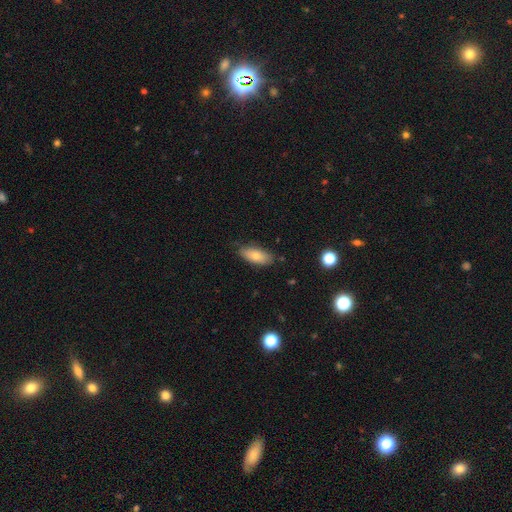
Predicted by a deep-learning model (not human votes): Smooth or featured: smooth — 75% (featured or disk — 18%)
How rounded: in between — 84% (cigar-shaped — 13%)
Merging: none — 80% (minor disturbance — 16%)